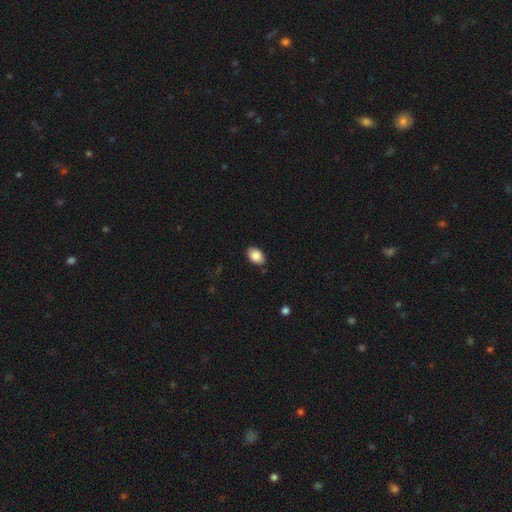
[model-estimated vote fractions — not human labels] A smooth galaxy with no disk features (88%) that is in between round and cigar-shaped (87%). Merging: none (85%).